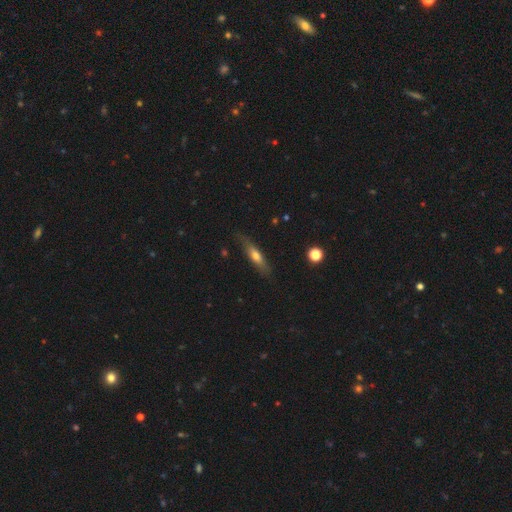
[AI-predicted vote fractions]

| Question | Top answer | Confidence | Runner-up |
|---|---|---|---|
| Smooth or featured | smooth | 51% | featured or disk (42%) |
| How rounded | cigar-shaped | 75% | in between (23%) |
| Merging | none | 78% | minor disturbance (17%) |